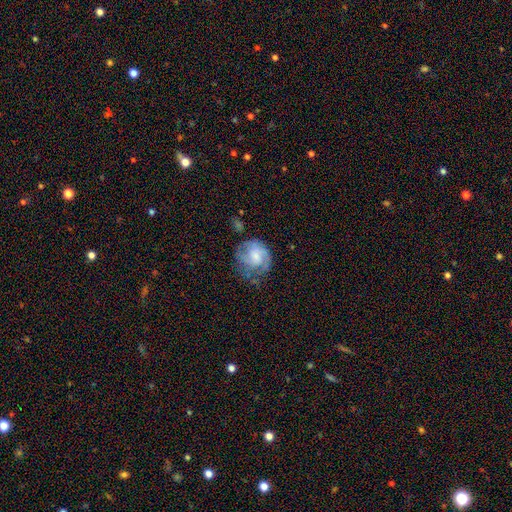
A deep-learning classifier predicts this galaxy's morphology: The model was most divided on "spiral winding": medium: 42%, tight: 41%, loose: 17%. Remaining: edge-on disk — no (98%); spiral arms — yes (85%); smooth or featured — featured or disk (65%); merging — none (54%); bar — no (53%); spiral arm count — 2 (40%); bulge size — moderate (38%).